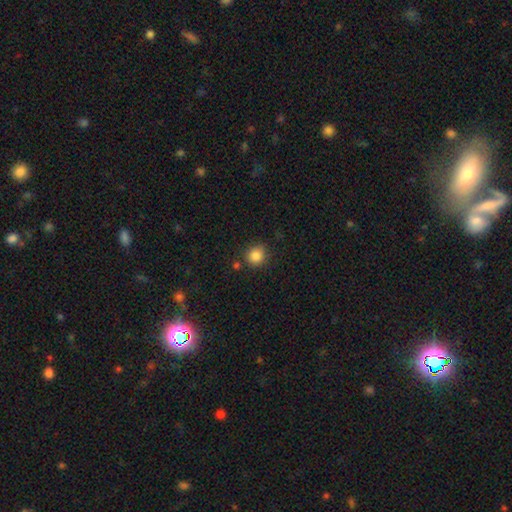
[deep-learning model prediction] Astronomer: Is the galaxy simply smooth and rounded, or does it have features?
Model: smooth — 86%.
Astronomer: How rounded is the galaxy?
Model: round — 87%.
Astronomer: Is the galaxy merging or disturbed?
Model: none — 81%.